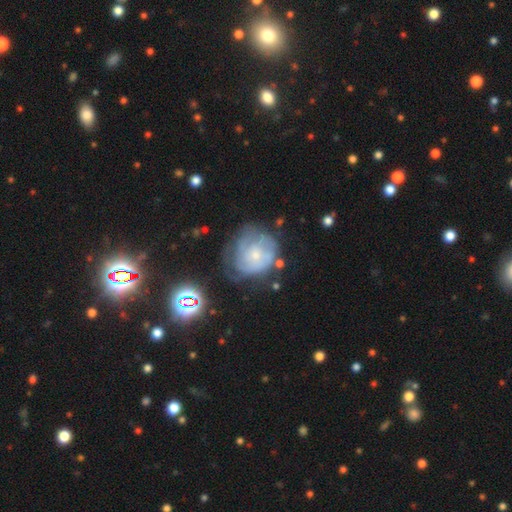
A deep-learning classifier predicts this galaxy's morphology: Smooth or featured? Predicted: featured or disk (p=0.62). Edge-on disk? Predicted: no (p=0.98). Bar? Predicted: no (p=0.80). Spiral arms? Predicted: yes (p=0.71). Bulge size? Predicted: small (p=0.68). Merging? Predicted: none (p=0.48).